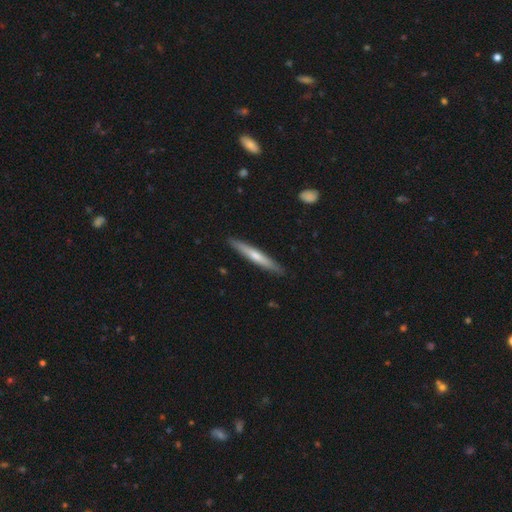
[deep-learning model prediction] smooth-or-featured: smooth: 51% | featured or disk: 44% | star or artifact: 5%
  how-rounded: cigar-shaped: 95% | in between: 4% | round: 1%
  merging: none: 90% | minor disturbance: 7% | major disturbance: 1% | merger: 1%